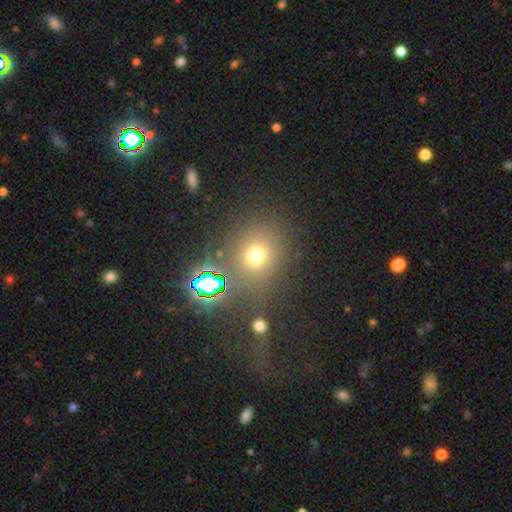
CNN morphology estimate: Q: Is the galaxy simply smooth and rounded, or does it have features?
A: smooth — 64%.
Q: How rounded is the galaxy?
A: round — 80%.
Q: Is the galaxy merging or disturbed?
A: none — 79%.